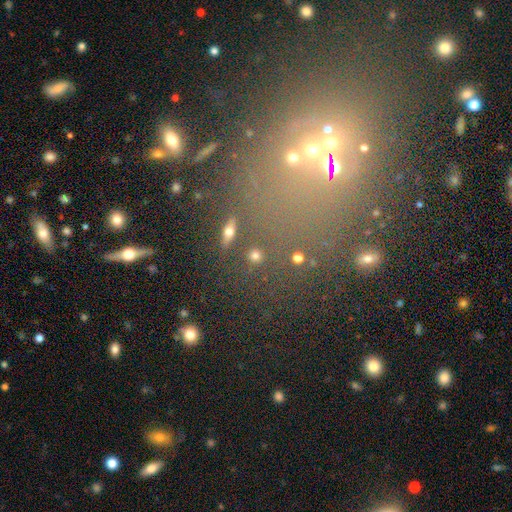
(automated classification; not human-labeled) Smooth or featured? Predicted: smooth (p=0.52). How rounded? Predicted: round (p=0.51). Merging? Predicted: none (p=0.84).